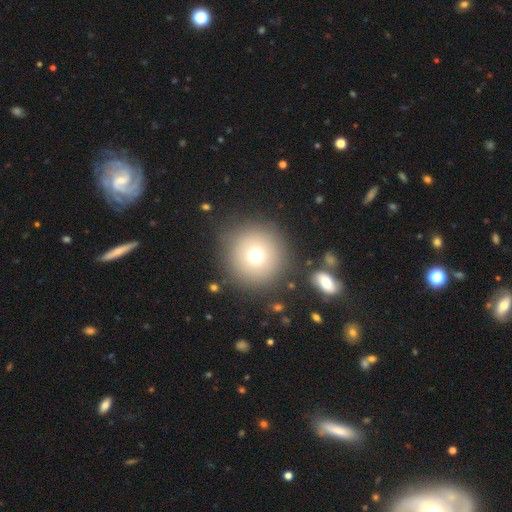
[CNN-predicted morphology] A smooth galaxy with no disk features (70%) that is round (95%). Merging: none (82%).